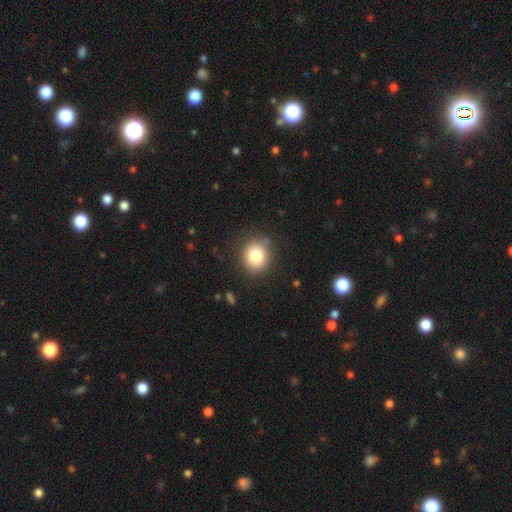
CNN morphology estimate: Smooth or featured? smooth (82%)
How rounded? round (86%)
Merging? none (85%)